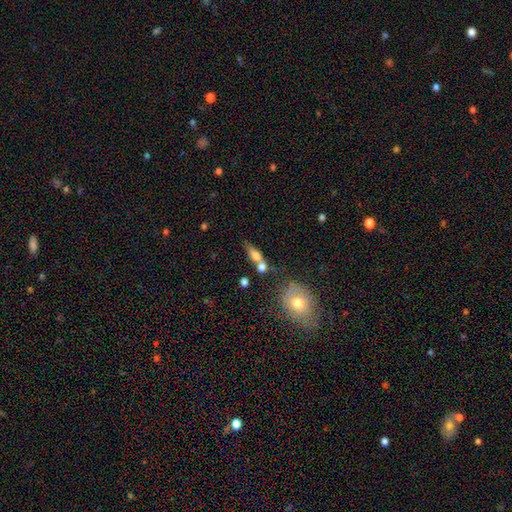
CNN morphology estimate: A smooth galaxy with no disk features (66%) that is in between round and cigar-shaped (57%). Merging: none (44%).